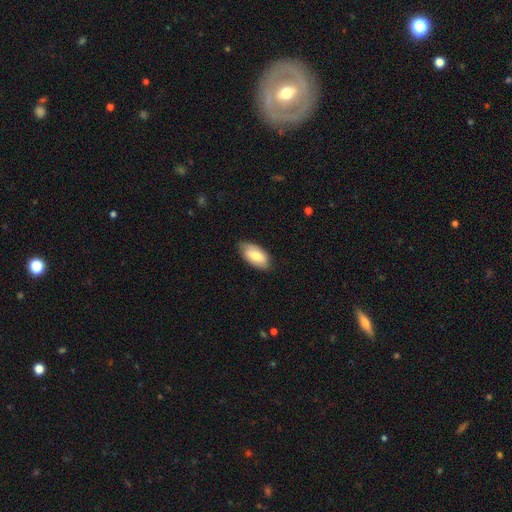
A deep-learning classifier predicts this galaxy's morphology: The model was most divided on "smooth or featured": smooth: 71%, featured or disk: 23%, star or artifact: 6%. More confident: how rounded — in between (93%); merging — none (78%).